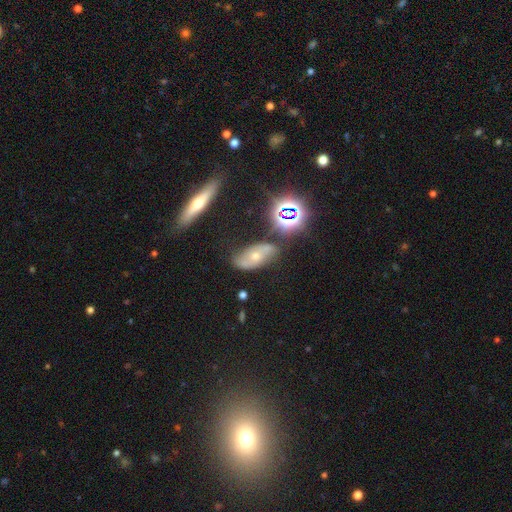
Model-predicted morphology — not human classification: smooth_or_featured: featured or disk (p=0.48) [alt: smooth p=0.31]
merging: none (p=0.61) [alt: minor disturbance p=0.23]